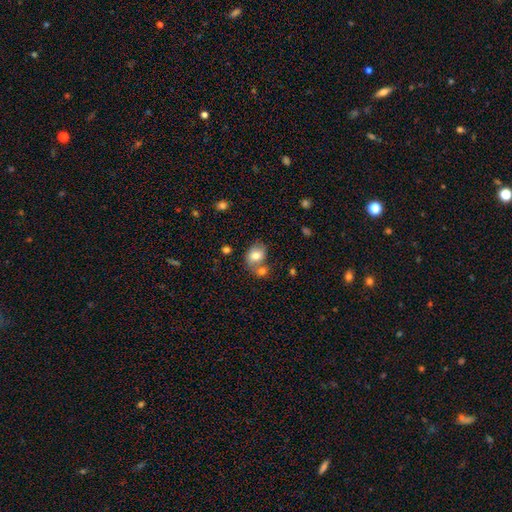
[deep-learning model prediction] Smooth or featured? Predicted: smooth (p=0.77). How rounded? Predicted: in between (p=0.61). Merging? Predicted: none (p=0.41).